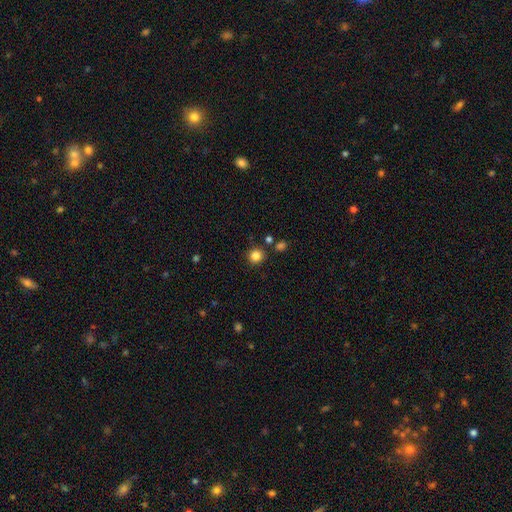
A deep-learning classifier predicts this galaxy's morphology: A smooth galaxy with no disk features (84%) that is round (91%).

Vote fractions:
- Smooth or featured? smooth: 84% / star or artifact: 12% / featured or disk: 4%
- How rounded? round: 91% / in between: 8% / cigar-shaped: 1%
- Merging? none: 86% / minor disturbance: 7% / merger: 5% / major disturbance: 2%